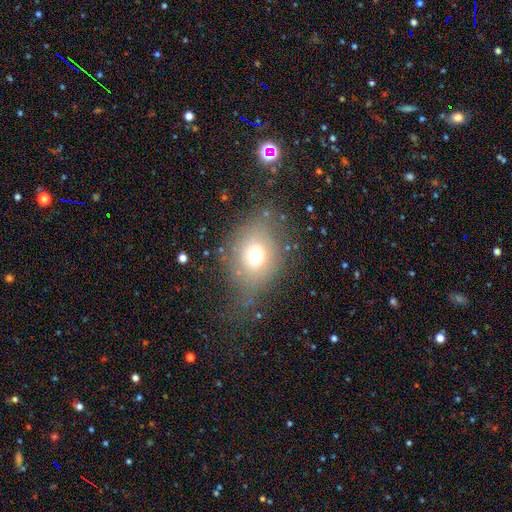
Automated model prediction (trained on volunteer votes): Smooth or featured?
  - smooth: 66% *
  - featured or disk: 18%
  - star or artifact: 16%
How rounded?
  - round: 51% *
  - in between: 48%
  - cigar-shaped: 2%
Merging?
  - none: 60% *
  - minor disturbance: 22%
  - major disturbance: 14%
  - merger: 3%